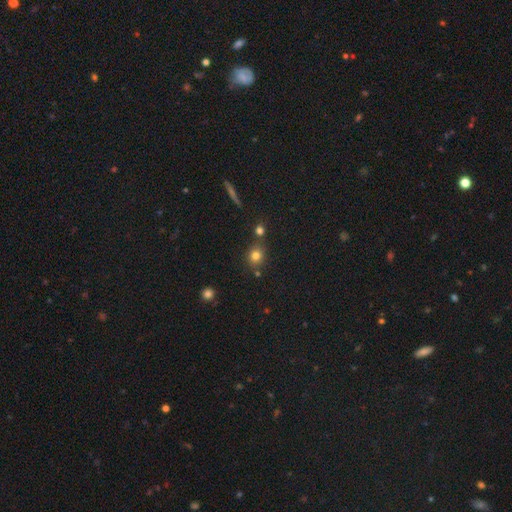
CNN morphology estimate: This is likely a smooth galaxy (77%). How rounded: likely round (78%). Merging: likely none (70%).